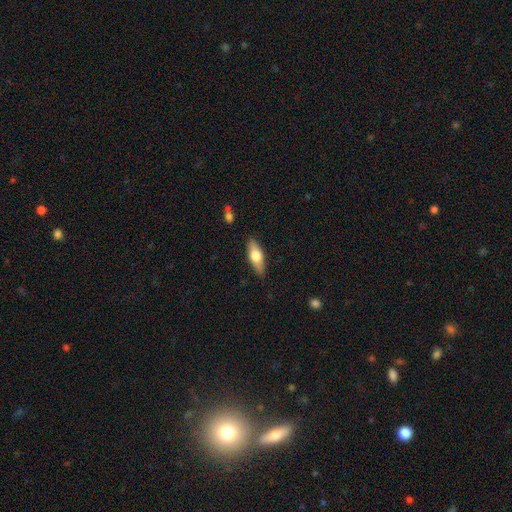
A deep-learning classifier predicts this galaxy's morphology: The model was most divided on "smooth or featured": smooth: 59%, featured or disk: 35%, star or artifact: 6%. More confident: merging — none (87%); how rounded — in between (67%).